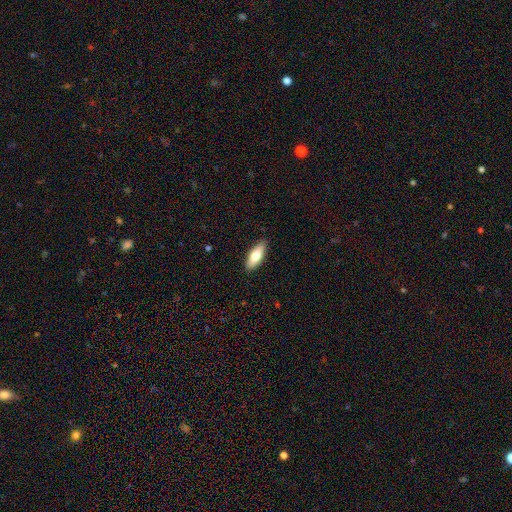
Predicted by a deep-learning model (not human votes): A smooth galaxy with no disk features (76%) that is in between round and cigar-shaped (70%).

Vote fractions:
- Smooth or featured? smooth: 76% / featured or disk: 18% / star or artifact: 6%
- How rounded? in between: 70% / cigar-shaped: 28% / round: 2%
- Merging? none: 88% / minor disturbance: 9% / major disturbance: 2% / merger: 1%